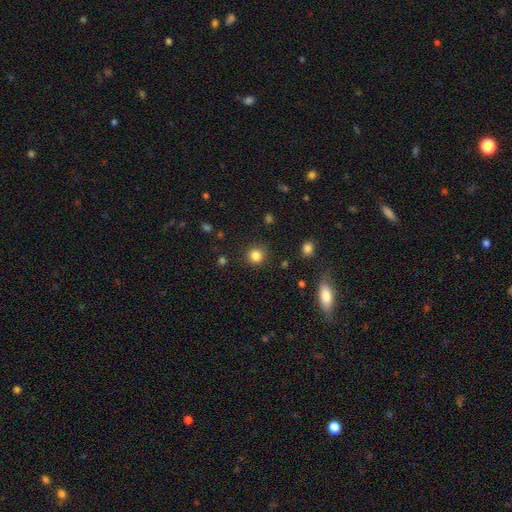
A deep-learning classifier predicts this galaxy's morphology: smooth 84%, star or artifact 12%, featured or disk 4%. Down the decision tree: how rounded — round (91%); merging — none (88%).